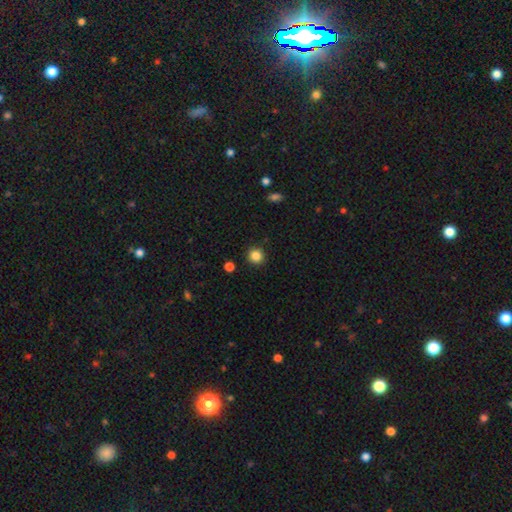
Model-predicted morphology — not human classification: smooth_or_featured: smooth (p=0.85) [alt: star or artifact p=0.11]
how_rounded: round (p=0.93) [alt: in between p=0.06]
merging: none (p=0.91) [alt: minor disturbance p=0.05]